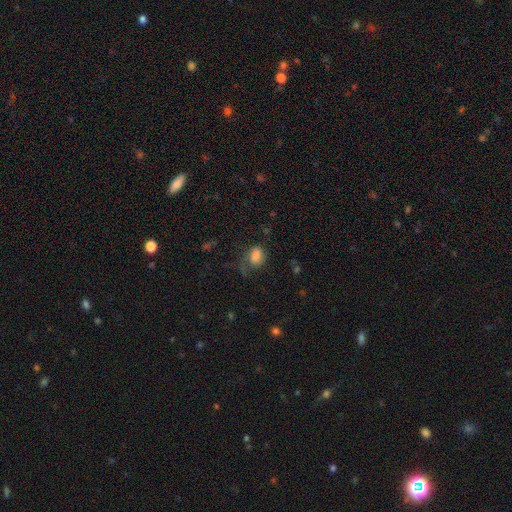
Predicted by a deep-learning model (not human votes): Morphology: type=smooth (76%); roundness=in between (81%); merging=none (45%).